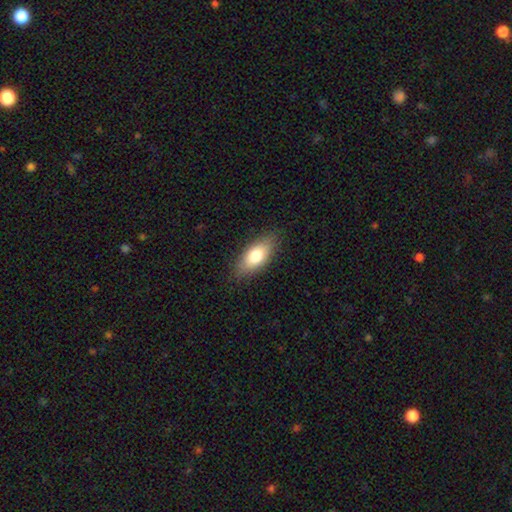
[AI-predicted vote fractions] Morphology: type=smooth (75%); roundness=in between (84%); merging=none (83%).